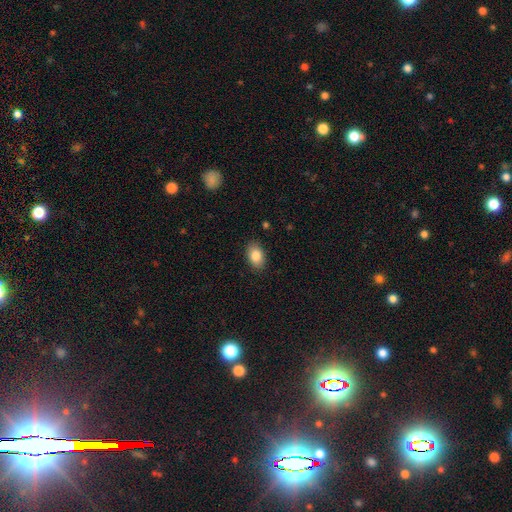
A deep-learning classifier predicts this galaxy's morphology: The model was most divided on "how rounded": in between: 86%, round: 13%, cigar-shaped: 1%. More confident: merging — none (88%); smooth or featured — smooth (85%).